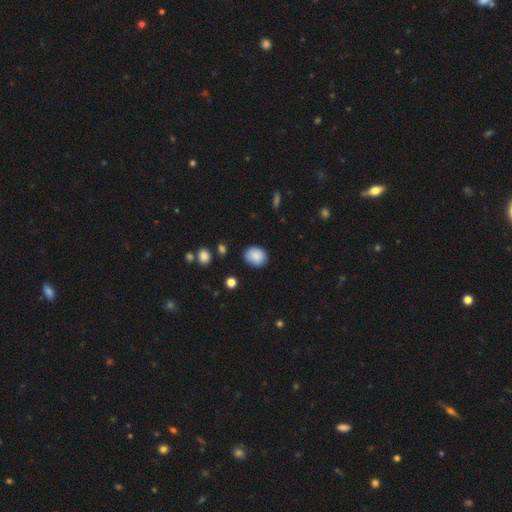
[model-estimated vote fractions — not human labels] Smooth or featured? Predicted: smooth (p=0.88). How rounded? Predicted: round (p=0.59). Merging? Predicted: none (p=0.83).